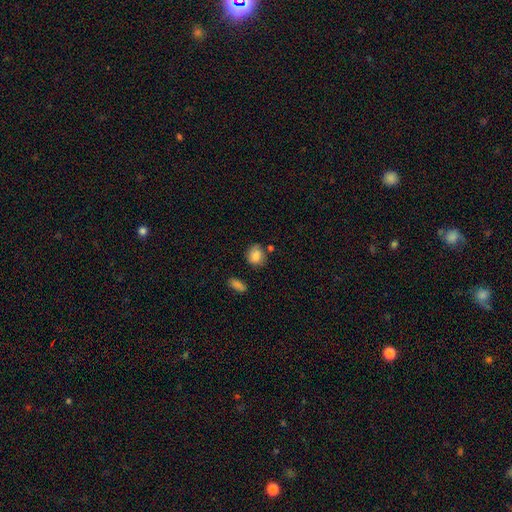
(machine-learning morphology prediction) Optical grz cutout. It shows a smooth galaxy with no disk features (83%) that is round (70%). Merging: none (72%).